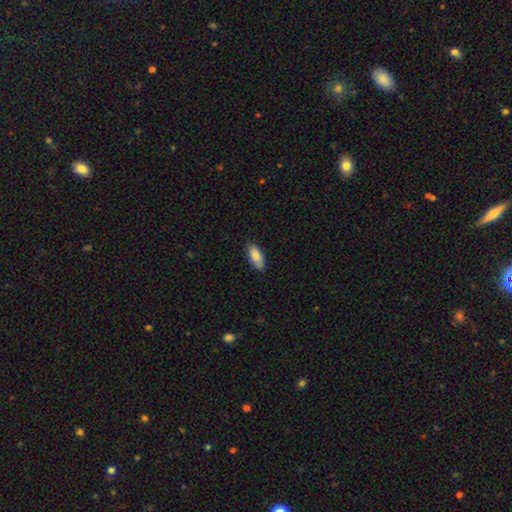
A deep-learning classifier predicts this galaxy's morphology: smooth_or_featured: smooth (p=0.86) [alt: featured or disk p=0.08]
how_rounded: in between (p=0.83) [alt: cigar-shaped p=0.15]
merging: none (p=0.82) [alt: minor disturbance p=0.15]